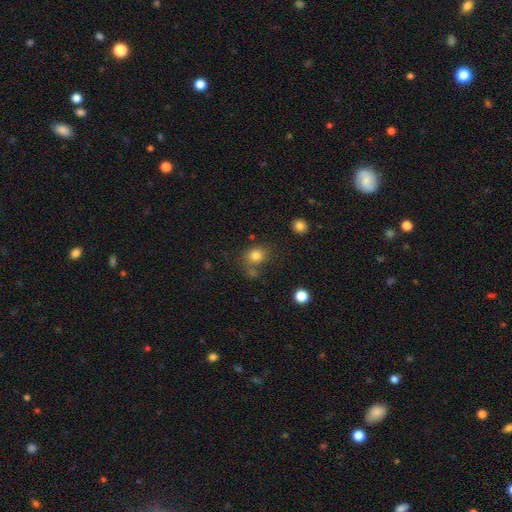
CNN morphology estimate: Smooth or featured: smooth — 81% (star or artifact — 12%)
How rounded: round — 67% (in between — 32%)
Merging: none — 62% (minor disturbance — 16%)